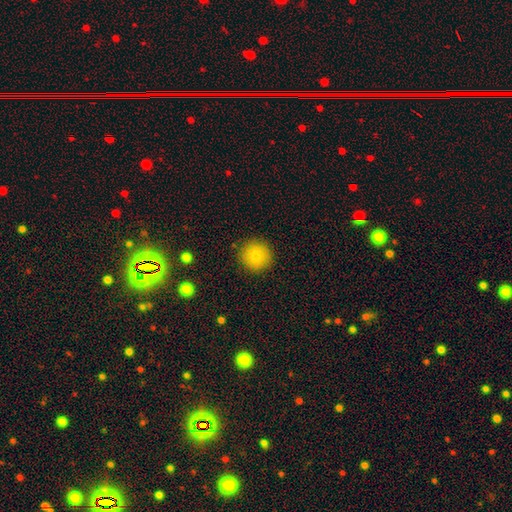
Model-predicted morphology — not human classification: Smooth or featured? smooth (82%)
How rounded? round (95%)
Merging? none (91%)